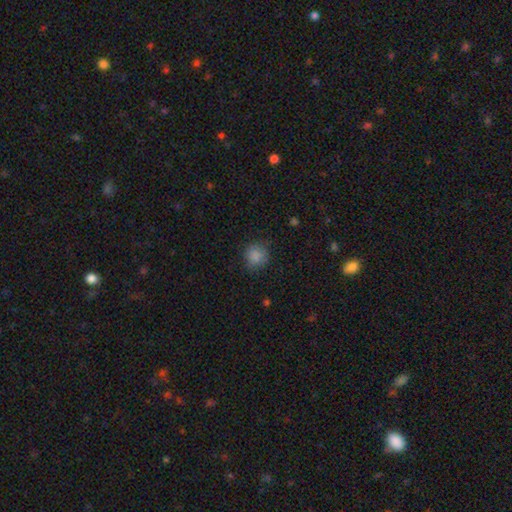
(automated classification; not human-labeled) smooth-or-featured: smooth: 86% | star or artifact: 10% | featured or disk: 4%
  how-rounded: round: 88% | in between: 11% | cigar-shaped: 1%
  merging: none: 80% | minor disturbance: 14% | major disturbance: 4% | merger: 1%